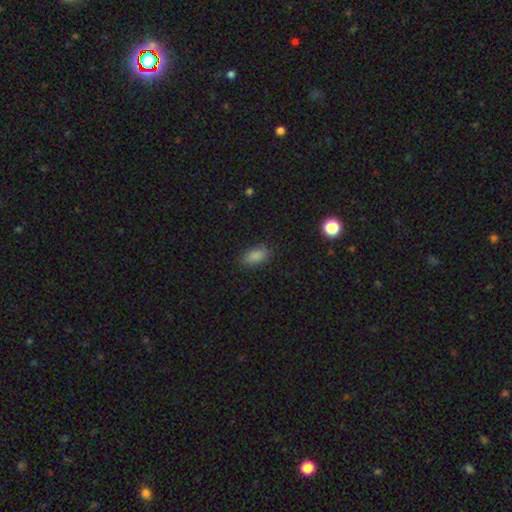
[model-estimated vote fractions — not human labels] Smooth or featured?
  - smooth: 86% *
  - star or artifact: 9%
  - featured or disk: 5%
How rounded?
  - in between: 90% *
  - round: 5%
  - cigar-shaped: 4%
Merging?
  - none: 83% *
  - minor disturbance: 13%
  - major disturbance: 3%
  - merger: 1%